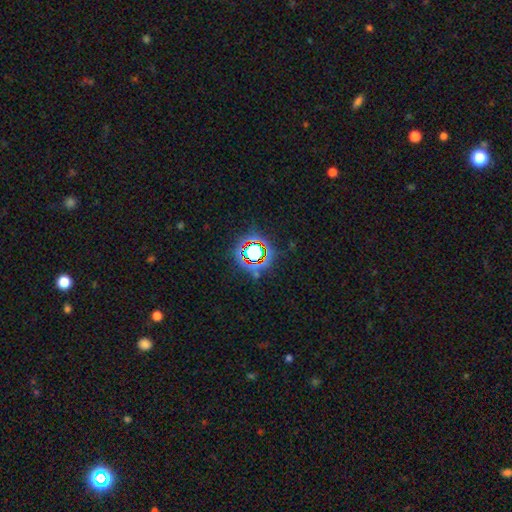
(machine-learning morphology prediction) star or artifact 72%, smooth 17%, featured or disk 11%.